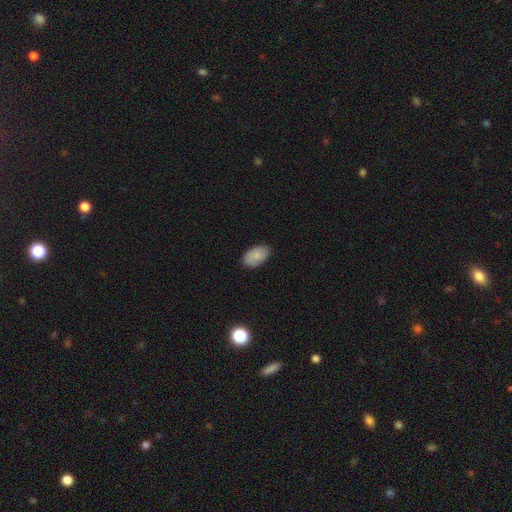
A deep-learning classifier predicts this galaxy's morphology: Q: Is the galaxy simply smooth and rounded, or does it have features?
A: smooth — 83%.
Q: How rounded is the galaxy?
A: in between — 92%.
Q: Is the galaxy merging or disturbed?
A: none — 83%.